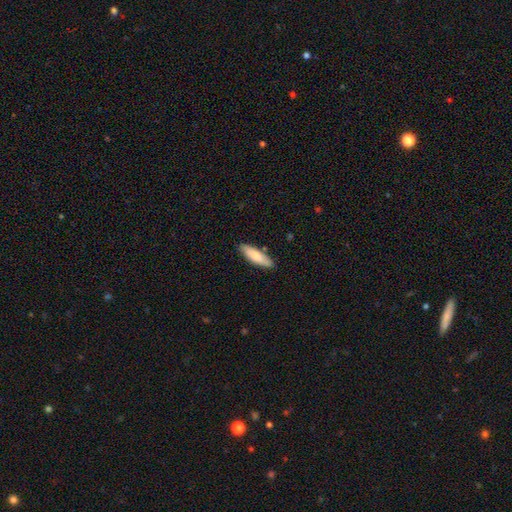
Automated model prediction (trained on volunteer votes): Smooth or featured? smooth (81%)
How rounded? cigar-shaped (58%)
Merging? none (85%)